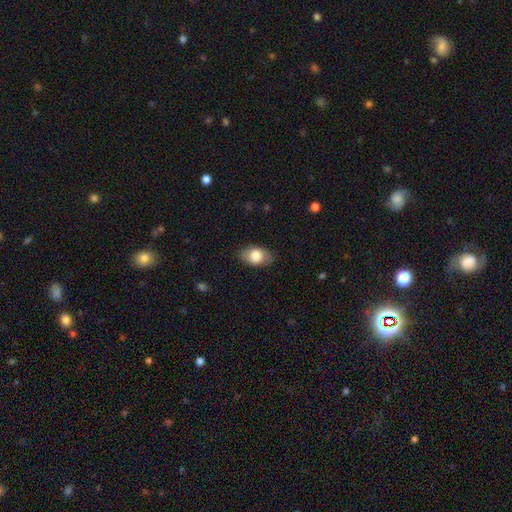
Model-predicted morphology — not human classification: smooth-or-featured: smooth: 78% | featured or disk: 16% | star or artifact: 7%
  how-rounded: in between: 87% | round: 11% | cigar-shaped: 2%
  merging: none: 83% | minor disturbance: 13% | major disturbance: 3% | merger: 1%